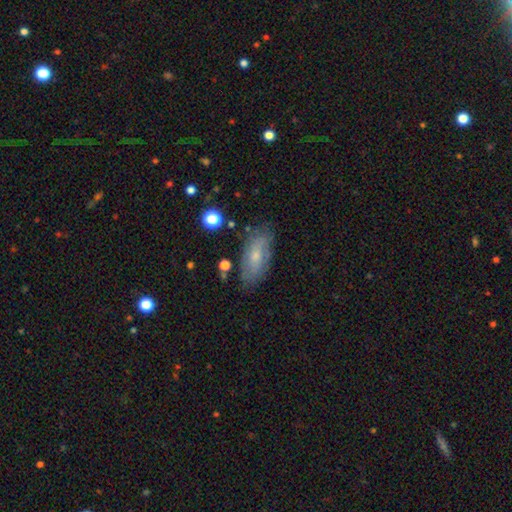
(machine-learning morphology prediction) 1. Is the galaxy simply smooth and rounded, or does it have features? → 50% smooth, 42% featured or disk, 8% star or artifact.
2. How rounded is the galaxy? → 85% in between, 12% cigar-shaped, 4% round.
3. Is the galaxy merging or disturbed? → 73% none, 20% minor disturbance, 5% major disturbance, 2% merger.